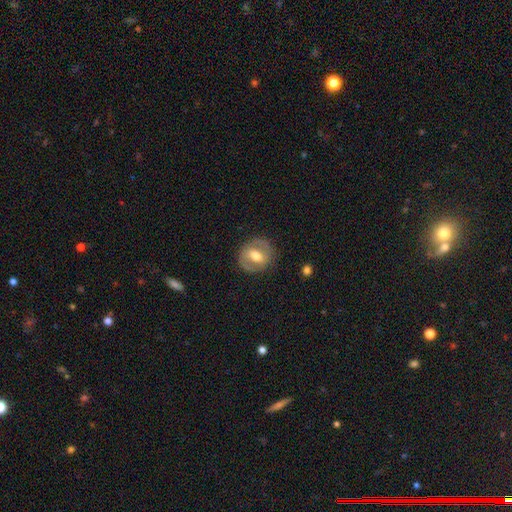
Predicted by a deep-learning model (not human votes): Q: Smooth or featured?
A: featured or disk (57%); runner-up: smooth (36%)
Q: Edge-on disk?
A: no (95%); runner-up: yes (5%)
Q: Bar?
A: weak (42%); runner-up: strong (34%)
Q: Spiral arms?
A: yes (53%); runner-up: no (47%)
Q: Bulge size?
A: moderate (69%); runner-up: large (16%)
Q: Merging?
A: none (82%); runner-up: minor disturbance (12%)